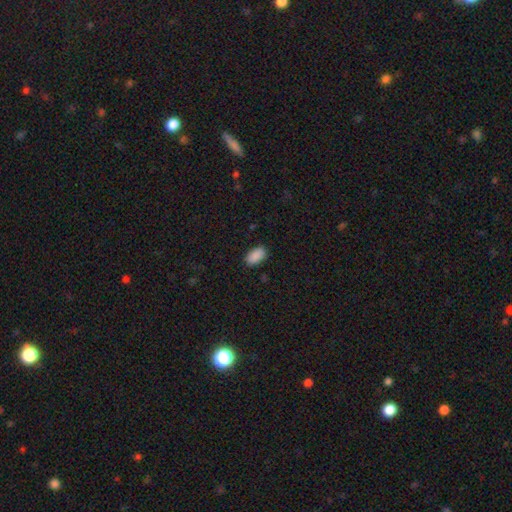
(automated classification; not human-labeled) smooth-or-featured: smooth: 90% | star or artifact: 7% | featured or disk: 3%
  how-rounded: in between: 95% | round: 3% | cigar-shaped: 2%
  merging: none: 88% | minor disturbance: 9% | major disturbance: 2% | merger: 1%